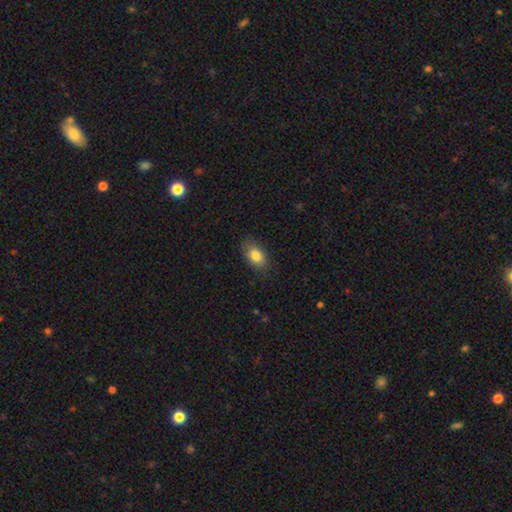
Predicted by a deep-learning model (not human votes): A smooth galaxy with no disk features (84%) that is in between round and cigar-shaped (89%). Merging: none (82%).